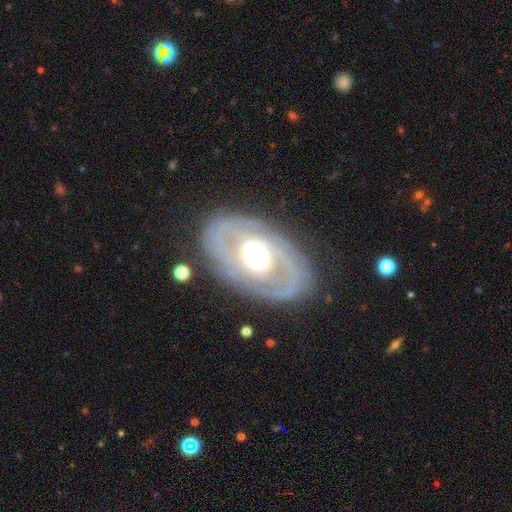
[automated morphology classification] Smooth or featured?
  - featured or disk: 82% *
  - smooth: 14%
  - star or artifact: 5%
Edge-on disk?
  - no: 94% *
  - yes: 6%
Bar?
  - no: 65% *
  - weak: 23%
  - strong: 13%
Spiral arms?
  - yes: 74% *
  - no: 26%
Spiral winding?
  - tight: 56% *
  - medium: 31%
  - loose: 13%
Spiral arm count?
  - 2: 62% *
  - can't tell: 21%
  - 3: 6%
  - 1: 5%
  - 4: 3%
  - more than 4: 3%
Bulge size?
  - moderate: 56% *
  - large: 34%
  - small: 5%
  - dominant: 4%
  - none: 1%
Merging?
  - none: 80% *
  - minor disturbance: 13%
  - major disturbance: 6%
  - merger: 2%